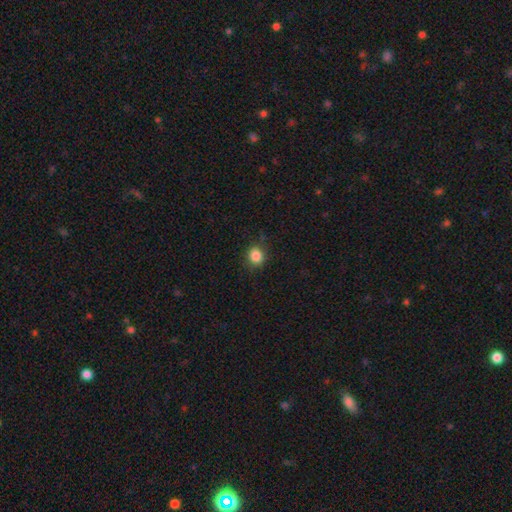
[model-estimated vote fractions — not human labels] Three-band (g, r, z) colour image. It shows a smooth galaxy with no disk features (85%) that is round (76%). Merging: none (85%).